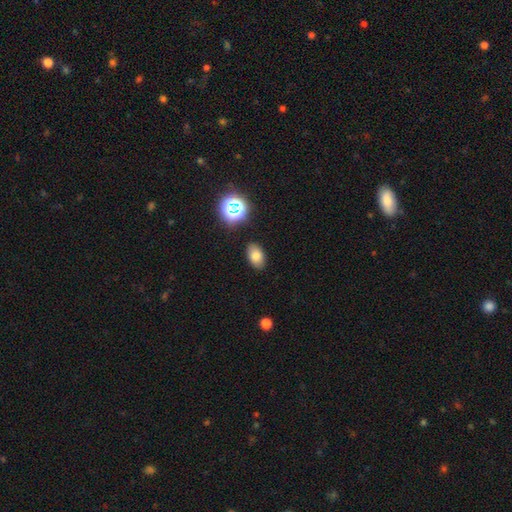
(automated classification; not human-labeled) A smooth galaxy with no disk features (77%) that is in between round and cigar-shaped (88%).

Vote fractions:
- Smooth or featured? smooth: 77% / star or artifact: 14% / featured or disk: 9%
- How rounded? in between: 88% / round: 10% / cigar-shaped: 1%
- Merging? none: 87% / minor disturbance: 9% / major disturbance: 2% / merger: 2%